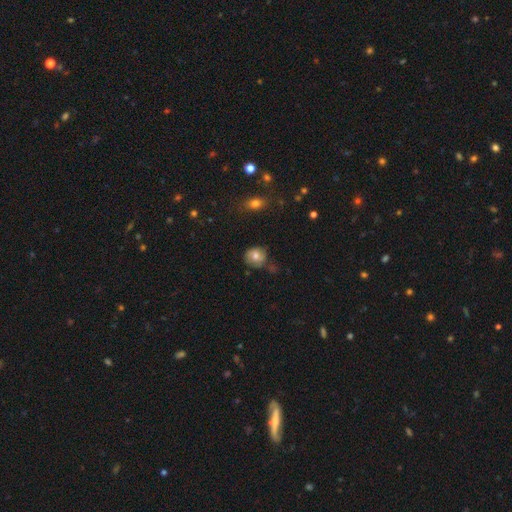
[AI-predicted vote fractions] Smooth or featured? smooth (64%)
How rounded? round (77%)
Merging? none (63%)